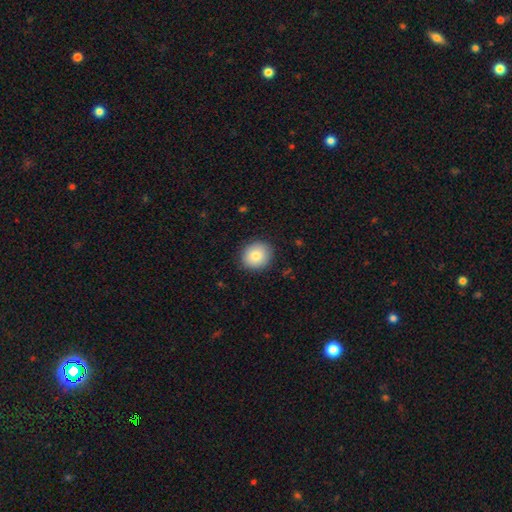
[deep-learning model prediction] This appears to be a smooth galaxy with no disk features (82%) that is round (76%). Merging: none (89%).